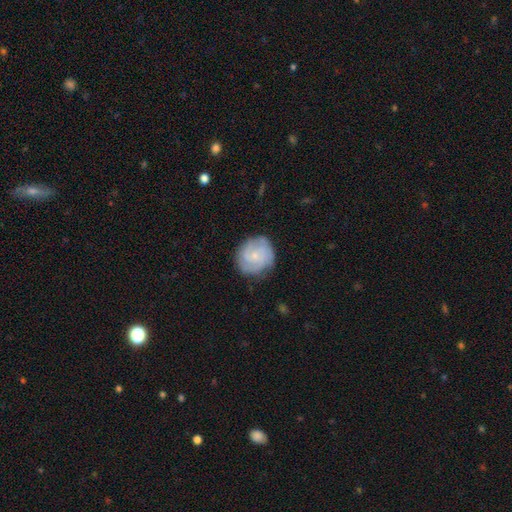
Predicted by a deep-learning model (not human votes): A featured or disk galaxy (61%) with no bar (75%), tight (58%) spiral arms (88%) and a small central bulge (74%). Merging: none (76%).